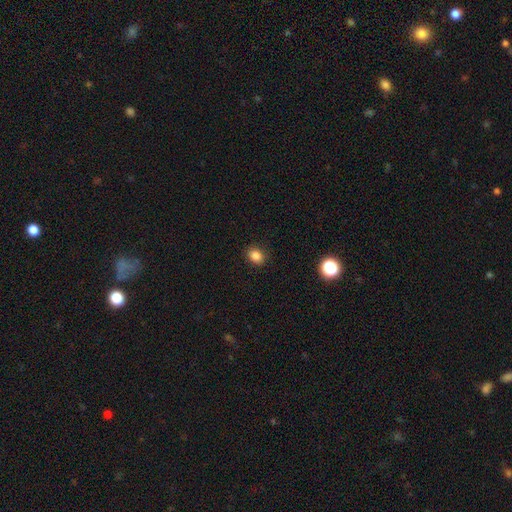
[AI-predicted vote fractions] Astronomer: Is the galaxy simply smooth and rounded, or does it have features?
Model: smooth — 85%.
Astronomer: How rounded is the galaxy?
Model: in between — 50% (runner-up: round, 49%).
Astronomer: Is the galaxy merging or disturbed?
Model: none — 88%.